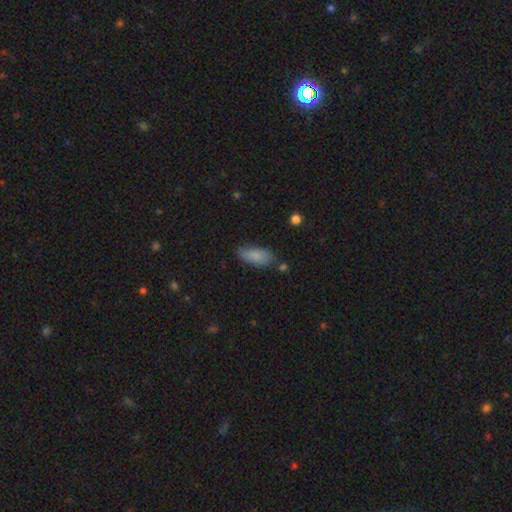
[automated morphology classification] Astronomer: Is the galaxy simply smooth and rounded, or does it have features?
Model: smooth — 84%.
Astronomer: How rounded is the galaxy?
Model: in between — 85%.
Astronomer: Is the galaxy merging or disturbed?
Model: none — 71%.